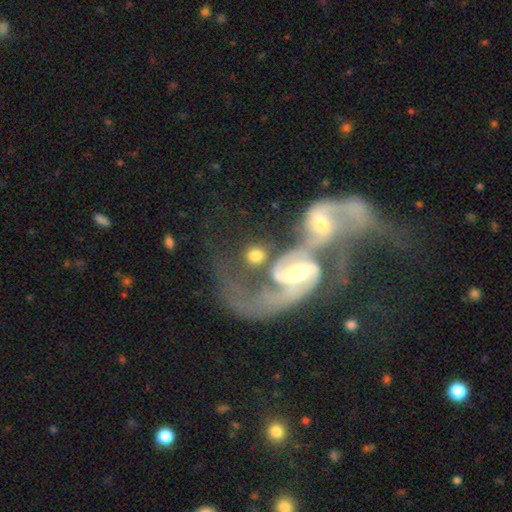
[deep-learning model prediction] smooth_or_featured: smooth (p=0.47) [alt: featured or disk p=0.44]
merging: merger (p=0.42) [alt: none p=0.34]